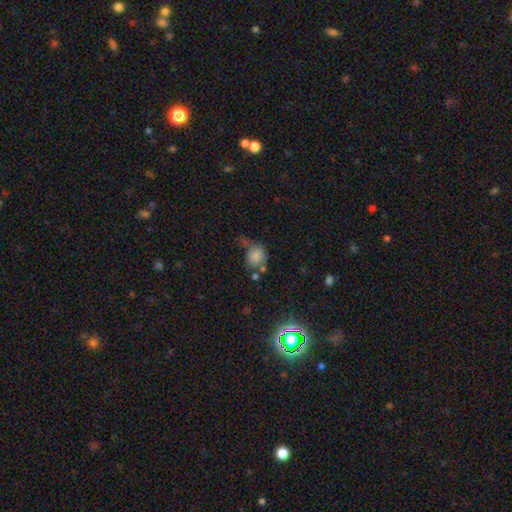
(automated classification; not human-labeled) This is likely a smooth galaxy (77%). How rounded: likely round (67%). Merging: marginally none (39%).